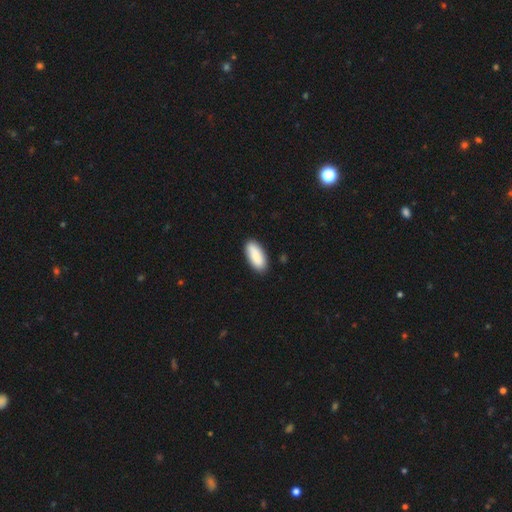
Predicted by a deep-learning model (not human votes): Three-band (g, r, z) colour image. It shows a smooth galaxy with no disk features (87%) that is in between round and cigar-shaped (84%). Merging: none (87%).